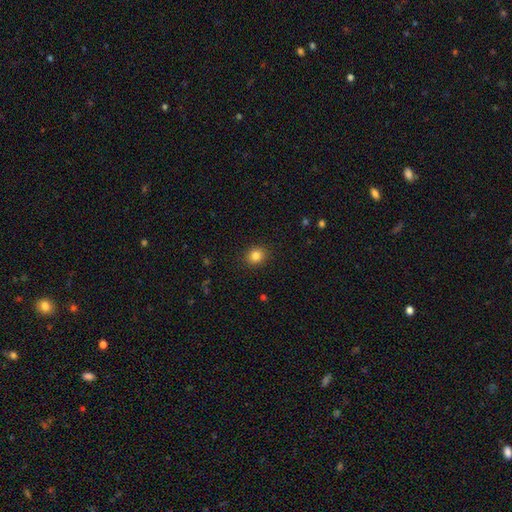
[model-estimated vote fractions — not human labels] The model was most divided on "how rounded": round: 76%, in between: 23%, cigar-shaped: 1%. More confident: merging — none (90%); smooth or featured — smooth (84%).